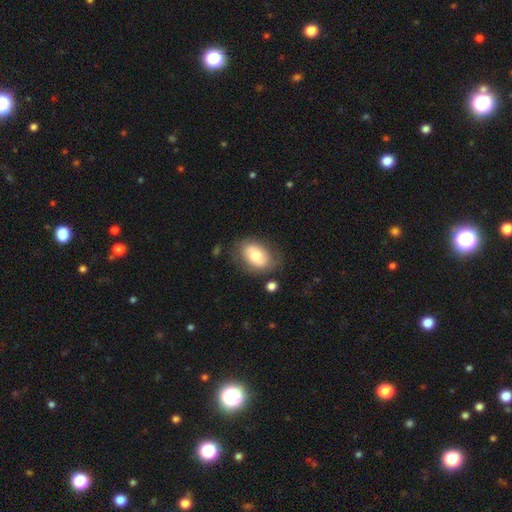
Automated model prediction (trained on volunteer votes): Overall: smooth (70%). How rounded: in between (84%). Merging: none (74%).